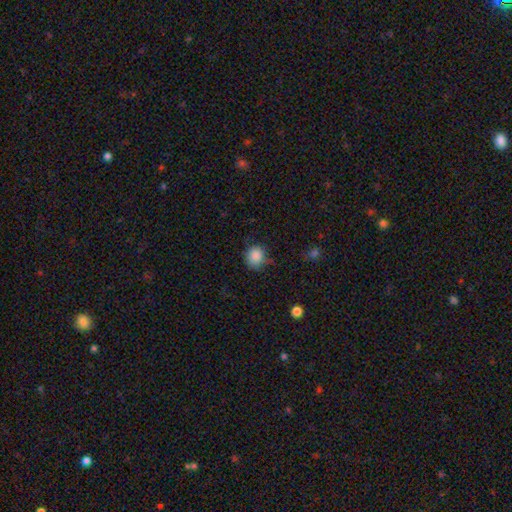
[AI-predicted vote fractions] Smooth or featured: smooth — 87% (star or artifact — 9%)
How rounded: round — 82% (in between — 17%)
Merging: none — 74% (minor disturbance — 20%)